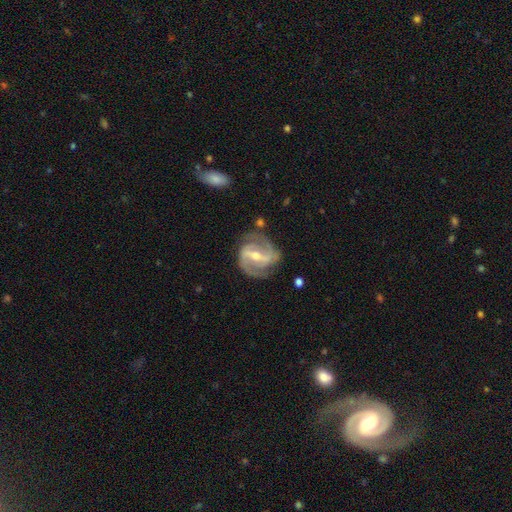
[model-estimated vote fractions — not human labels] featured or disk 89%, smooth 6%, star or artifact 5%. Down the decision tree: edge-on disk — no (97%); bar — strong (59%); spiral arms — yes (96%); spiral arm count — 2 (80%); spiral winding — medium (50%); bulge size — moderate (51%); merging — none (73%).